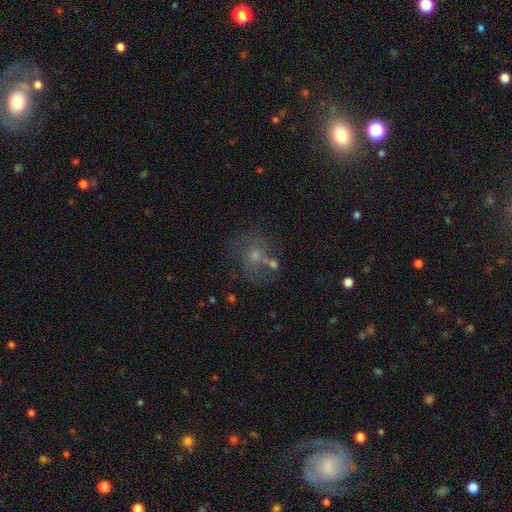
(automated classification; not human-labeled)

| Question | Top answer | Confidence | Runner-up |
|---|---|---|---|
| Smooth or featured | featured or disk | 43% | smooth (38%) |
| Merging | none | 47% | merger (20%) |